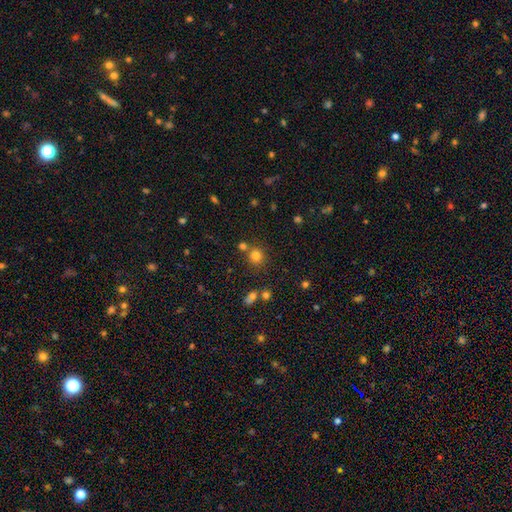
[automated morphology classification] A smooth galaxy with no disk features (77%) that is round (89%).

Vote fractions:
- Smooth or featured? smooth: 77% / star or artifact: 17% / featured or disk: 7%
- How rounded? round: 89% / in between: 10% / cigar-shaped: 1%
- Merging? none: 71% / merger: 16% / minor disturbance: 9% / major disturbance: 4%